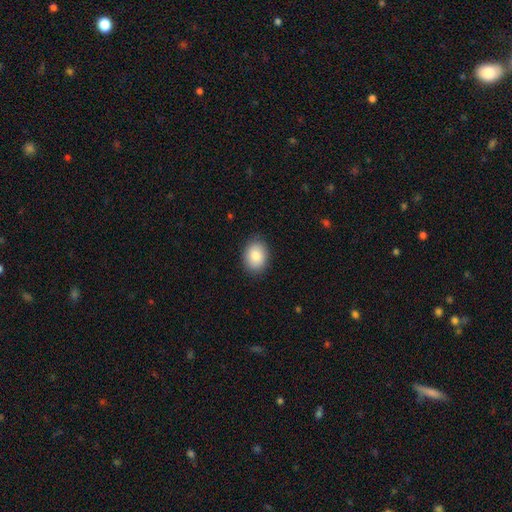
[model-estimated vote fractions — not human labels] Smooth or featured? smooth (85%)
How rounded? in between (68%)
Merging? none (85%)